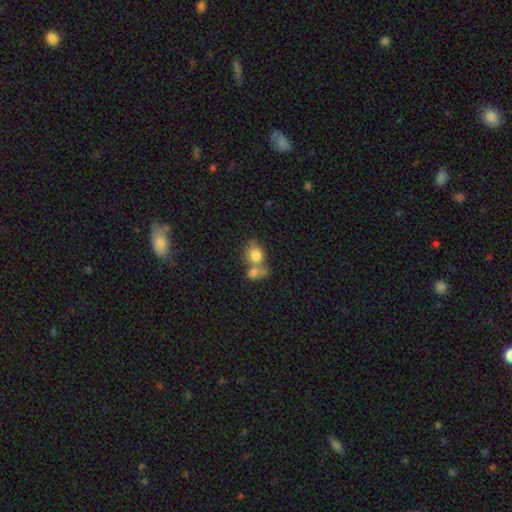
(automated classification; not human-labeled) A smooth galaxy with no disk features (79%) that is round (67%). Merging: merger (59%).